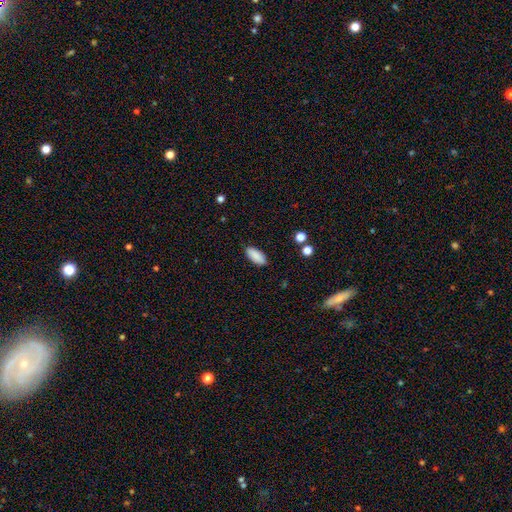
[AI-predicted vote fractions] A smooth galaxy with no disk features (89%) that is in between round and cigar-shaped (84%).

Vote fractions:
- Smooth or featured? smooth: 89% / star or artifact: 7% / featured or disk: 4%
- How rounded? in between: 84% / cigar-shaped: 14% / round: 2%
- Merging? none: 89% / minor disturbance: 8% / major disturbance: 2% / merger: 1%